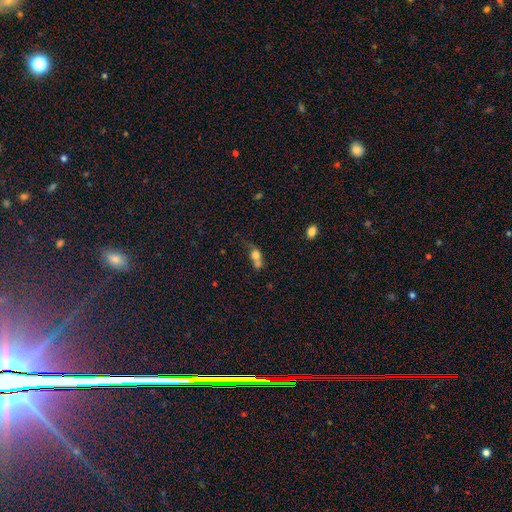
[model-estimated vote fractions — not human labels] A smooth galaxy with no disk features (71%) that is in between round and cigar-shaped (50%).

Vote fractions:
- Smooth or featured? smooth: 71% / featured or disk: 18% / star or artifact: 12%
- How rounded? in between: 50% / round: 44% / cigar-shaped: 6%
- Merging? merger: 56% / none: 21% / minor disturbance: 12% / major disturbance: 10%